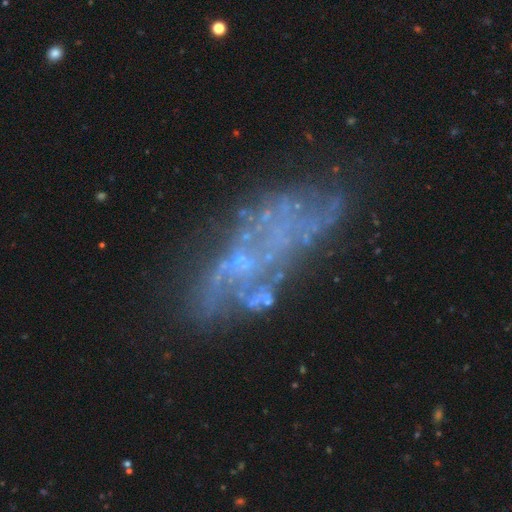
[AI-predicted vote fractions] Overall: featured or disk (69%). Edge-on disk: no (90%). Bar: no (79%). Spiral arms: no (55%; yes 45%). Bulge size: none (60%; small 32%). Merging: none (51%; major disturbance 22%).